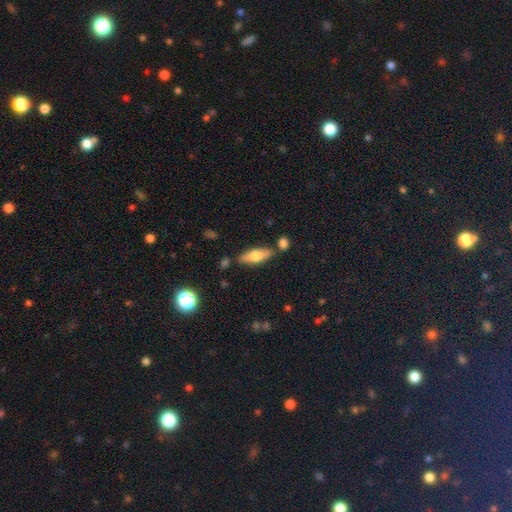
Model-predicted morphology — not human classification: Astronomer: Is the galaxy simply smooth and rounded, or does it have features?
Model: smooth — 61%.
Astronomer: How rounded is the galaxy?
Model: in between — 59% (runner-up: cigar-shaped, 39%).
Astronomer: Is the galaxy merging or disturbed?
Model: none — 77%.